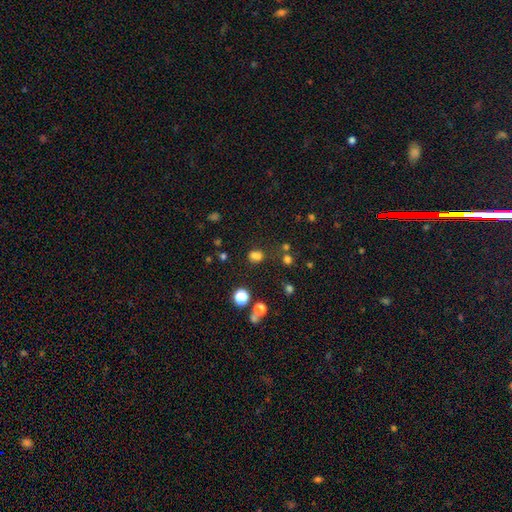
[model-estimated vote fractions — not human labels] smooth 69%, star or artifact 24%, featured or disk 7%. Down the decision tree: how rounded — round (54%); merging — none (61%).